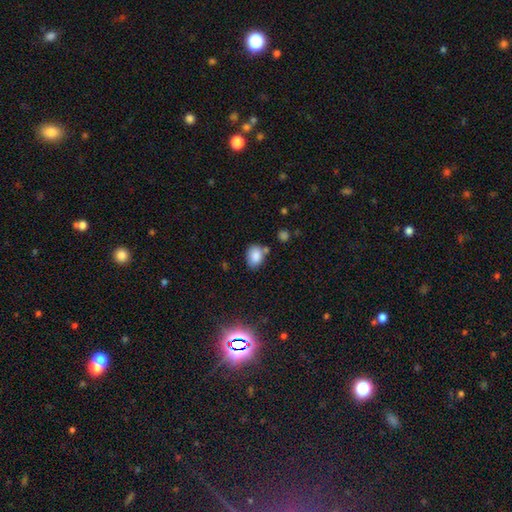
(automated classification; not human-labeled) This is clearly a smooth galaxy (84%). How rounded: likely in between (68%). Merging: likely none (64%).